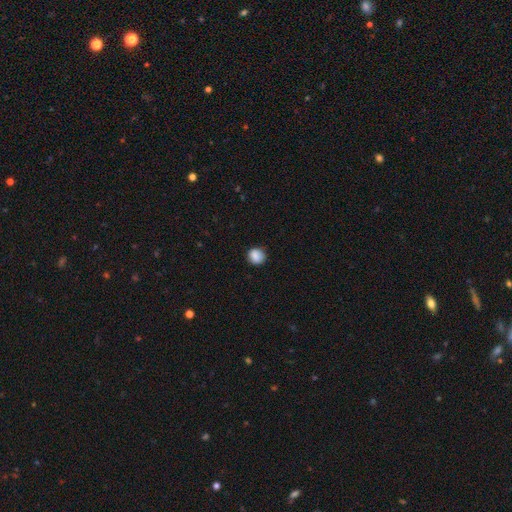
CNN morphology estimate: smooth_or_featured: smooth (p=0.85) [alt: star or artifact p=0.09]
how_rounded: round (p=0.81) [alt: in between p=0.18]
merging: none (p=0.82) [alt: minor disturbance p=0.13]